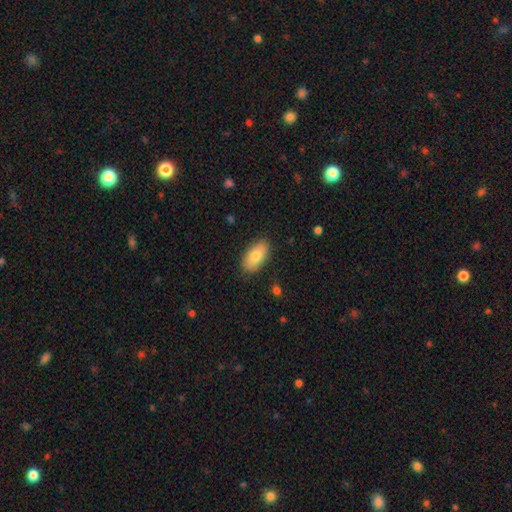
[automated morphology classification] Overall: smooth (77%). How rounded: in between (92%). Merging: none (85%).